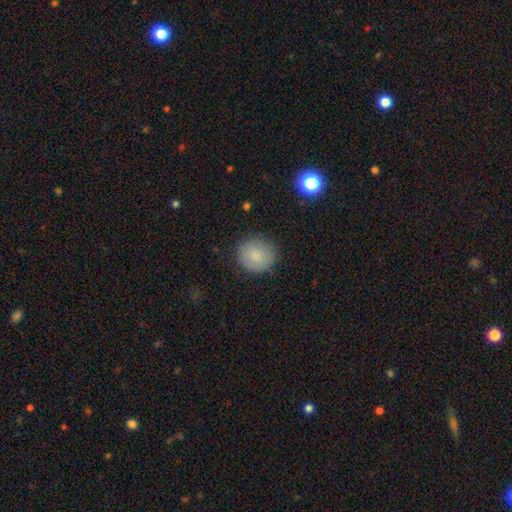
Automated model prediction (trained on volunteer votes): Morphology: type=smooth (83%); roundness=round (88%); merging=none (85%).